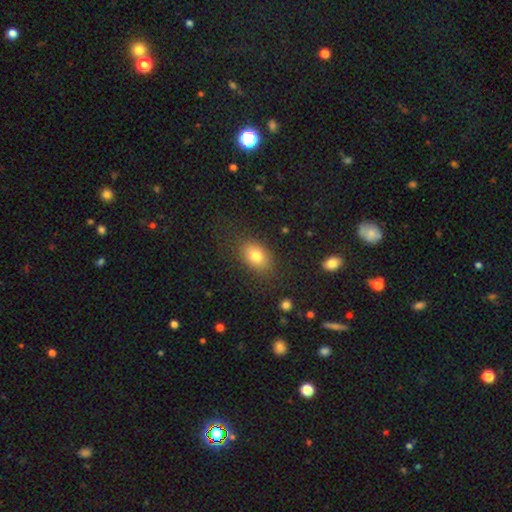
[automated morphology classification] Overall: smooth (79%). How rounded: in between (78%). Merging: none (80%).